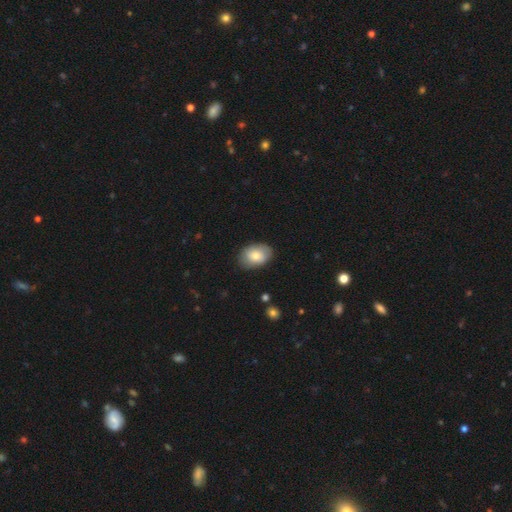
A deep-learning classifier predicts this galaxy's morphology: Smooth or featured? smooth (75%)
How rounded? in between (82%)
Merging? none (81%)